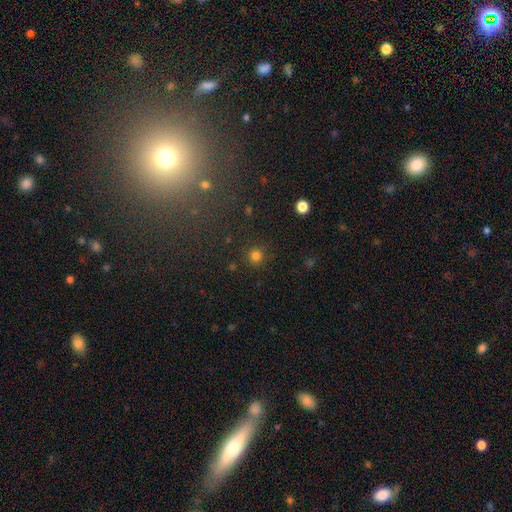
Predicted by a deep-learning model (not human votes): Overall: smooth (79%). How rounded: round (94%). Merging: none (88%).